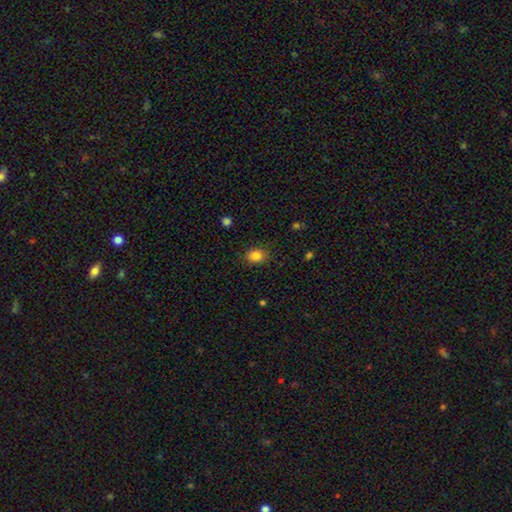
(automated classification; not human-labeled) The model was most divided on "how rounded": in between: 52%, round: 47%, cigar-shaped: 1%. More confident: merging — none (86%); smooth or featured — smooth (84%).